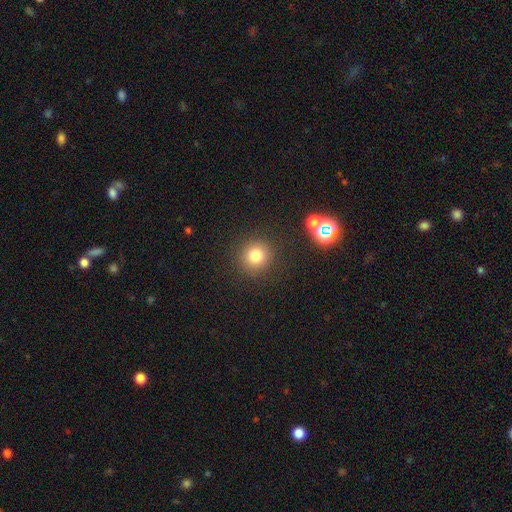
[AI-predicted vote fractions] Smooth or featured? Predicted: smooth (p=0.78). How rounded? Predicted: round (p=0.94). Merging? Predicted: none (p=0.89).